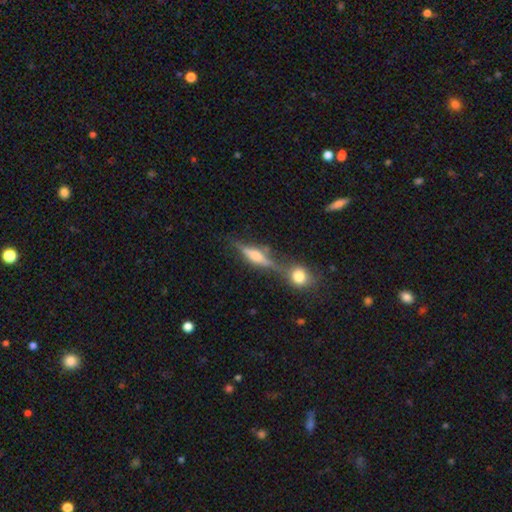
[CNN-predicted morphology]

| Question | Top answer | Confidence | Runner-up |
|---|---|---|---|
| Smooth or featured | featured or disk | 68% | smooth (22%) |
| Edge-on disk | yes | 93% | no (7%) |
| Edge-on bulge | rounded | 86% | boxy (10%) |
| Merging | none | 62% | merger (22%) |